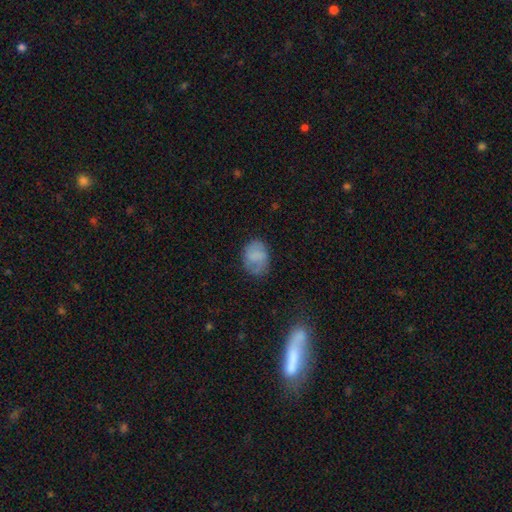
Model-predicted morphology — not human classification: Overall: smooth (67%). How rounded: in between (63%; round 36%). Merging: none (66%).